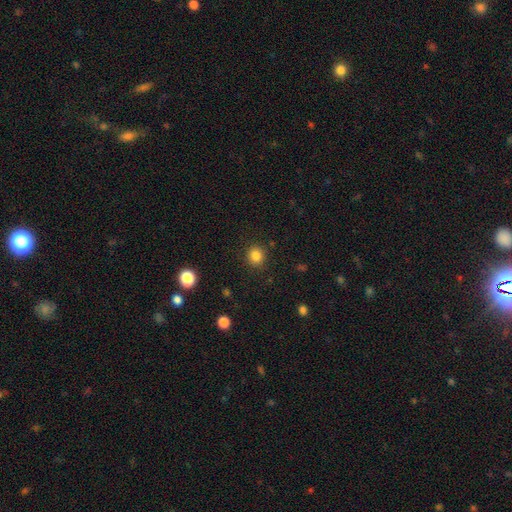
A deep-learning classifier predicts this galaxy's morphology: Smooth or featured: smooth — 84% (star or artifact — 12%)
How rounded: round — 85% (in between — 14%)
Merging: none — 89% (minor disturbance — 7%)